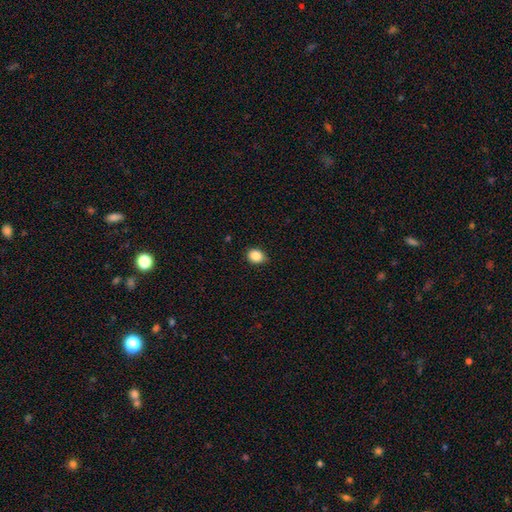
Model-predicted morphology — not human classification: Q: Smooth or featured?
A: smooth (87%); runner-up: star or artifact (9%)
Q: How rounded?
A: round (55%); runner-up: in between (44%)
Q: Merging?
A: none (83%); runner-up: minor disturbance (14%)